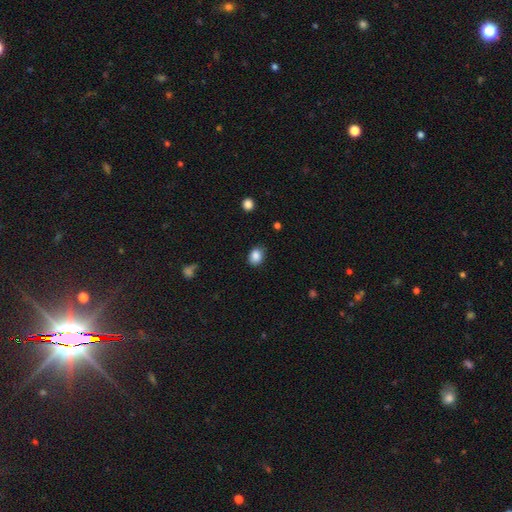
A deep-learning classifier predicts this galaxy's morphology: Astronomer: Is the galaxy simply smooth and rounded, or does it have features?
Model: smooth — 87%.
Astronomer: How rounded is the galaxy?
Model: in between — 60% (runner-up: round, 39%).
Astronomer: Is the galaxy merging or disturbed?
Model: none — 82%.